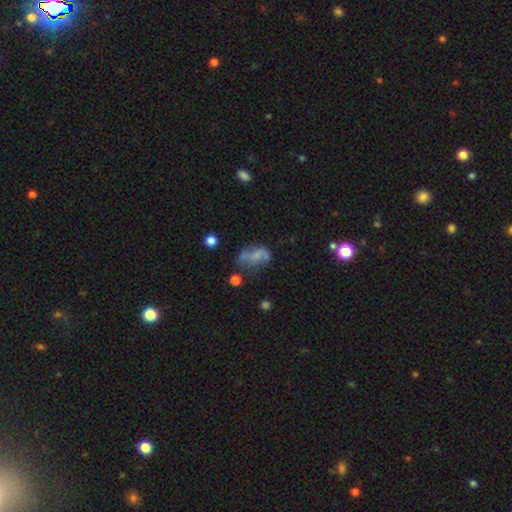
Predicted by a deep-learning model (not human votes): Smooth or featured?
  - smooth: 43% * (tied)
  - featured or disk: 43% * (tied)
  - star or artifact: 15%
Merging?
  - none: 37% *
  - major disturbance: 26%
  - minor disturbance: 25%
  - merger: 13%